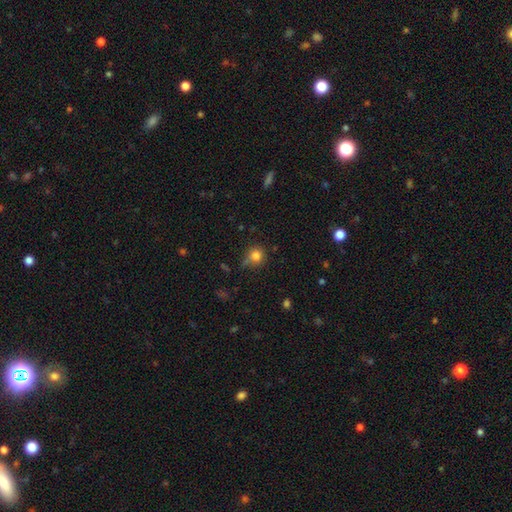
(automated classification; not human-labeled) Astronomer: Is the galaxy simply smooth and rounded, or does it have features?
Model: smooth — 81%.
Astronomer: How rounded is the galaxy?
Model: round — 90%.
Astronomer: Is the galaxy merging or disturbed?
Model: none — 70%.